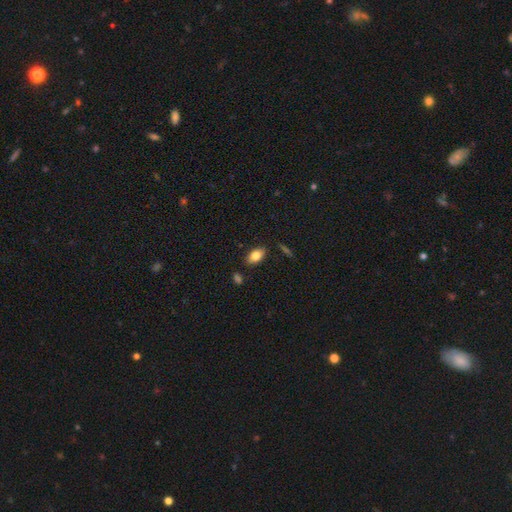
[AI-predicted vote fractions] Smooth or featured? Predicted: smooth (p=0.81). How rounded? Predicted: in between (p=0.91). Merging? Predicted: none (p=0.84).